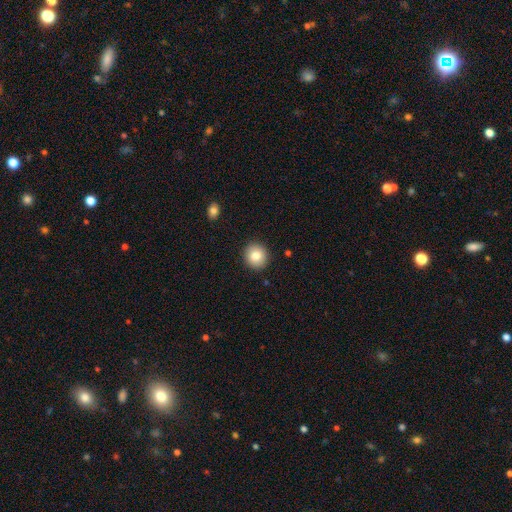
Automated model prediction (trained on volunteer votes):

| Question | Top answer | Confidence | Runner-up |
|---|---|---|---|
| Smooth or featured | smooth | 82% | star or artifact (9%) |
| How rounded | round | 90% | in between (10%) |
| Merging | none | 91% | minor disturbance (6%) |